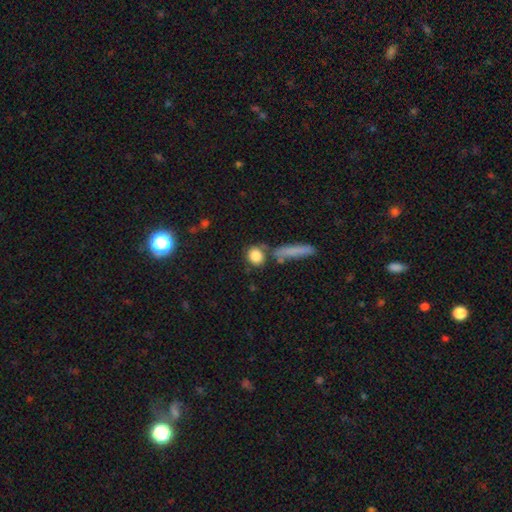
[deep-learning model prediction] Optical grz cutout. It shows a smooth galaxy with no disk features (84%) that is round (69%). Merging: none (66%).